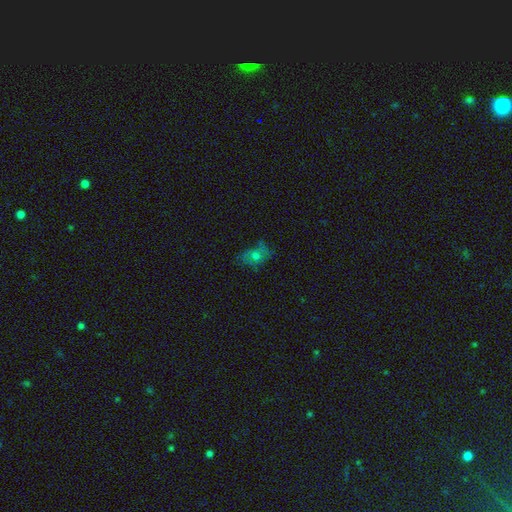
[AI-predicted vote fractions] A smooth galaxy with no disk features (48%). Merging: none (55%).